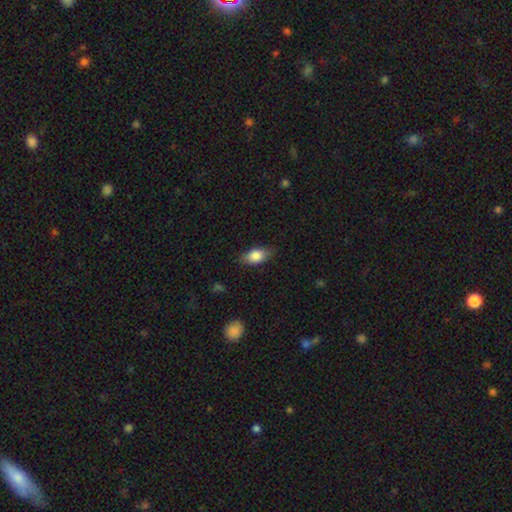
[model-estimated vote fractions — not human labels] Overall: smooth (83%). How rounded: in between (88%). Merging: none (81%).